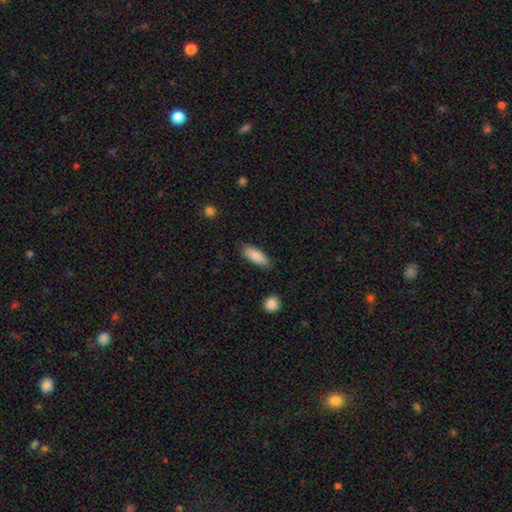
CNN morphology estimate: Smooth or featured? smooth (87%)
How rounded? in between (66%)
Merging? none (84%)